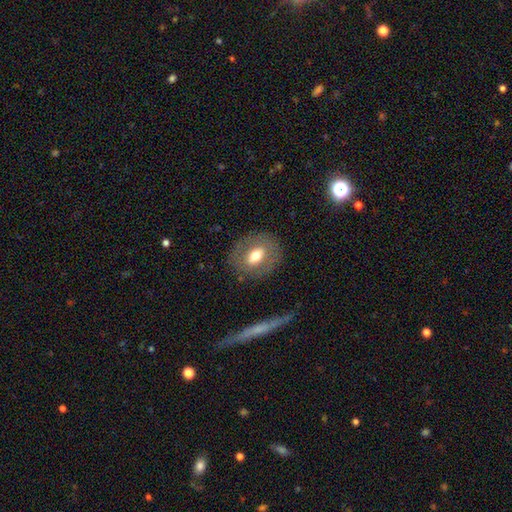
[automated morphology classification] Smooth or featured: smooth — 57% (featured or disk — 35%)
How rounded: in between — 54% (round — 45%)
Merging: none — 81% (minor disturbance — 12%)